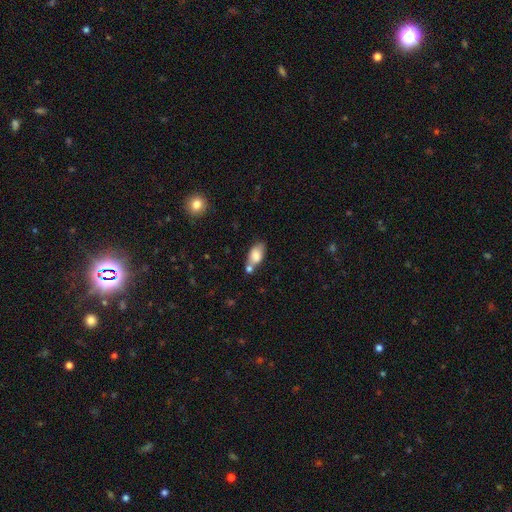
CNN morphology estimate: Q: Smooth or featured?
A: smooth (80%); runner-up: featured or disk (12%)
Q: How rounded?
A: in between (90%); runner-up: round (6%)
Q: Merging?
A: none (46%); runner-up: merger (31%)